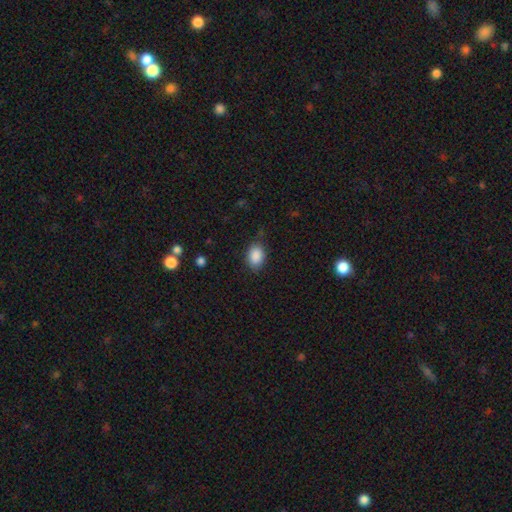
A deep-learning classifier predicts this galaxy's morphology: Smooth or featured? Predicted: smooth (p=0.89). How rounded? Predicted: in between (p=0.80). Merging? Predicted: none (p=0.81).